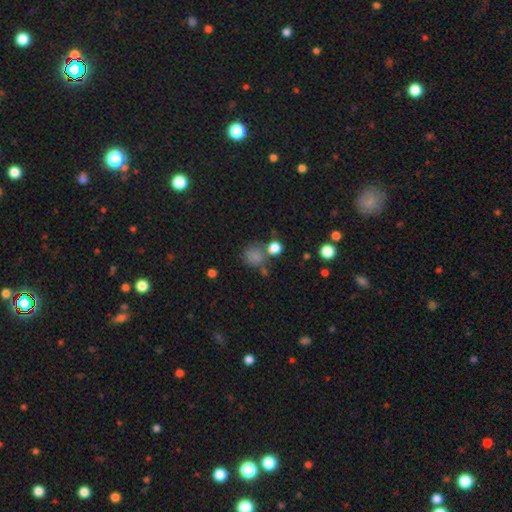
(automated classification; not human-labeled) smooth-or-featured: smooth: 76% | star or artifact: 16% | featured or disk: 9%
  how-rounded: round: 81% | in between: 18% | cigar-shaped: 1%
  merging: none: 55% | merger: 20% | minor disturbance: 16% | major disturbance: 8%